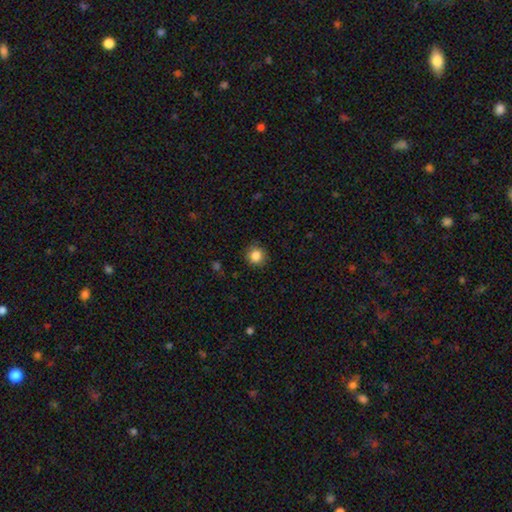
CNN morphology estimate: smooth 86%, star or artifact 10%, featured or disk 4%. Down the decision tree: how rounded — round (92%); merging — none (88%).